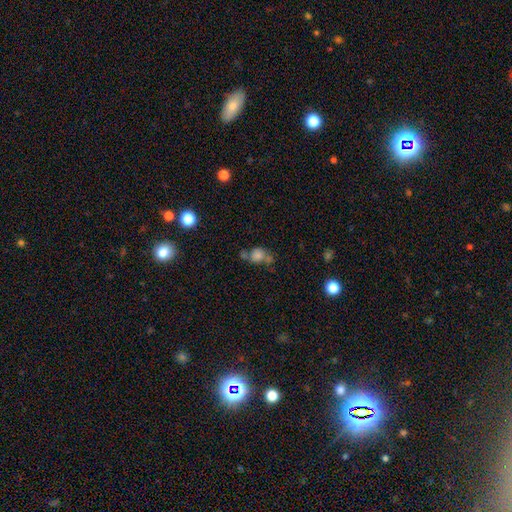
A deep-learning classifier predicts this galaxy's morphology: This is likely a smooth galaxy (62%). How rounded: possibly round (54%). Merging: marginally none (43%).